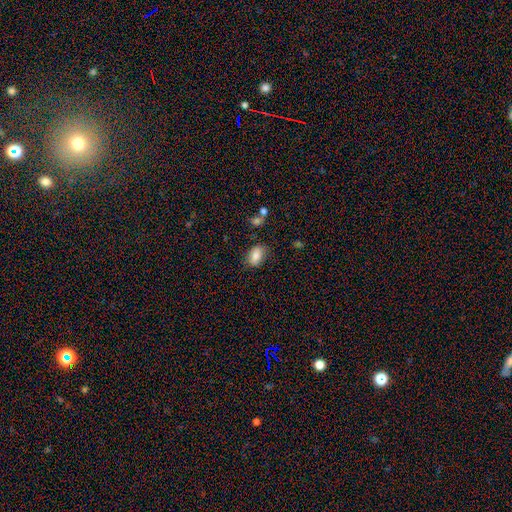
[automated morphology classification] Smooth or featured: smooth — 81% (featured or disk — 11%)
How rounded: in between — 85% (round — 13%)
Merging: none — 75% (minor disturbance — 17%)